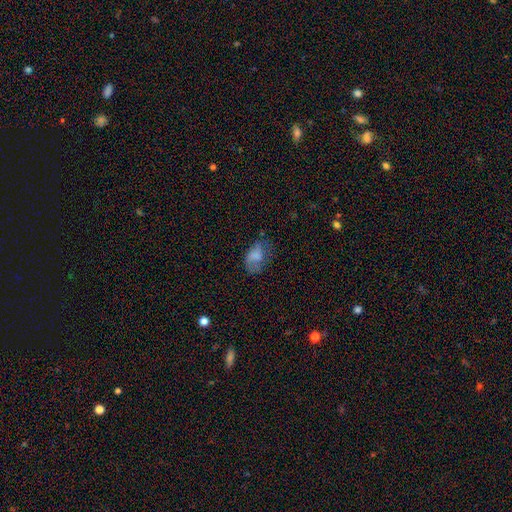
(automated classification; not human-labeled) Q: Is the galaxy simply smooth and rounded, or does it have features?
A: smooth — 70%.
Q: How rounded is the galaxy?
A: in between — 86%.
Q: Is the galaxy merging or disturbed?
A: none — 41%.